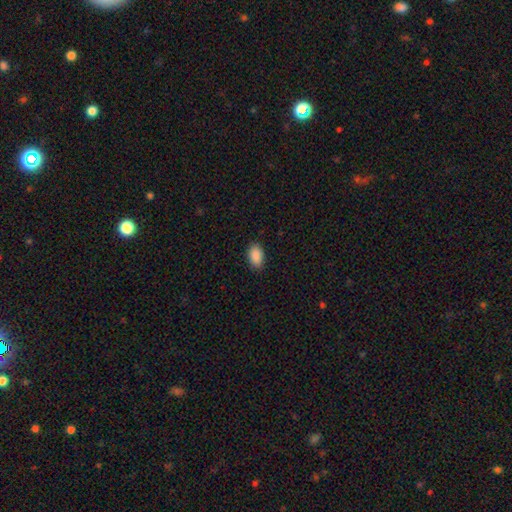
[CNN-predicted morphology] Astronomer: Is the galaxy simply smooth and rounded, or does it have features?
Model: smooth — 90%.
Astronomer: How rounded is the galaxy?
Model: in between — 93%.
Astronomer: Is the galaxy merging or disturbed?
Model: none — 88%.